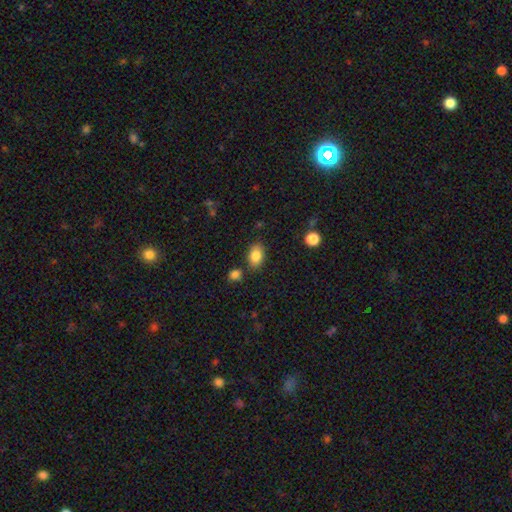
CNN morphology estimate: The model was most divided on "merging": none: 78%, minor disturbance: 13%, merger: 6%, major disturbance: 3%. More confident: smooth or featured — smooth (84%); how rounded — in between (83%).